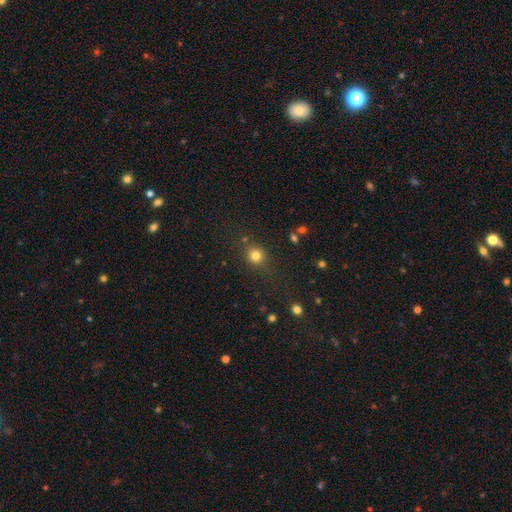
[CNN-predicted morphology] Smooth or featured: smooth — 80% (star or artifact — 14%)
How rounded: round — 86% (in between — 13%)
Merging: none — 79% (minor disturbance — 12%)